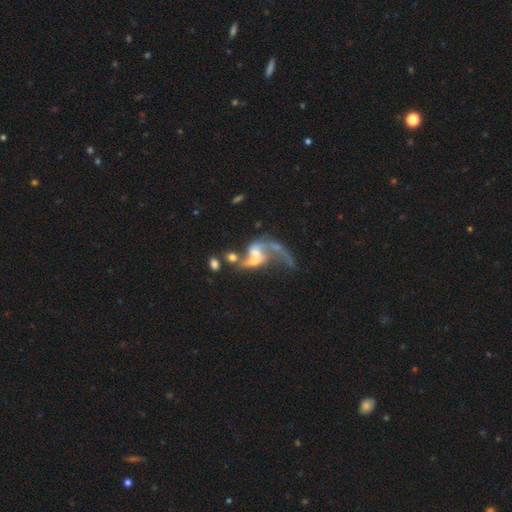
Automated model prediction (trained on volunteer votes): This is likely a featured or disk galaxy (74%). It is clearly not viewed edge-on (96%). Bar: possibly no (56%). Spiral arm pattern: likely yes (79%). Spiral arm count: possibly 2 (59%). Spiral winding: clearly loose (82%). Central bulge: marginally moderate (45%). Merging: possibly merger (49%).